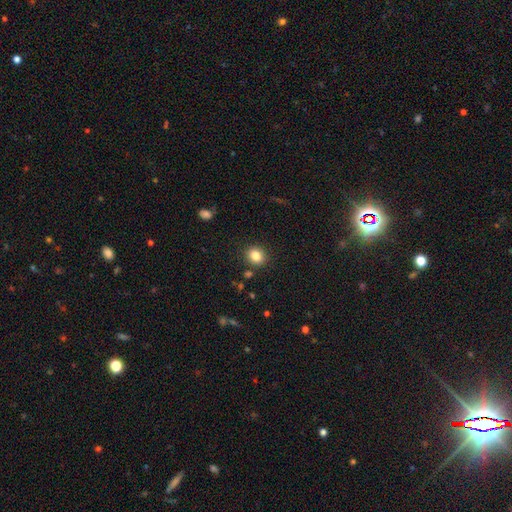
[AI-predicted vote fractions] smooth-or-featured: smooth: 84% | star or artifact: 10% | featured or disk: 6%
  how-rounded: round: 62% | in between: 37% | cigar-shaped: 1%
  merging: none: 87% | minor disturbance: 8% | major disturbance: 3% | merger: 2%